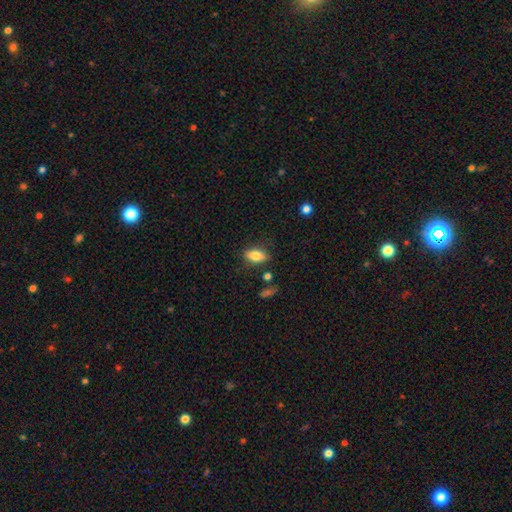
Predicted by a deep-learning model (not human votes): A smooth galaxy with no disk features (80%) that is in between round and cigar-shaped (85%).

Vote fractions:
- Smooth or featured? smooth: 80% / featured or disk: 12% / star or artifact: 8%
- How rounded? in between: 85% / cigar-shaped: 10% / round: 5%
- Merging? none: 81% / minor disturbance: 12% / major disturbance: 3% / merger: 3%